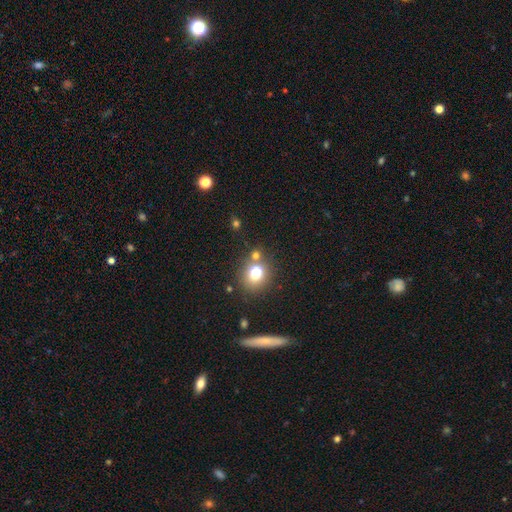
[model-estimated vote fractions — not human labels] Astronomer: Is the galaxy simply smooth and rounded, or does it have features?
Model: smooth — 68%.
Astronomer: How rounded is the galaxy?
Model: round — 77%.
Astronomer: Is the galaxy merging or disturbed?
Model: none — 63%.